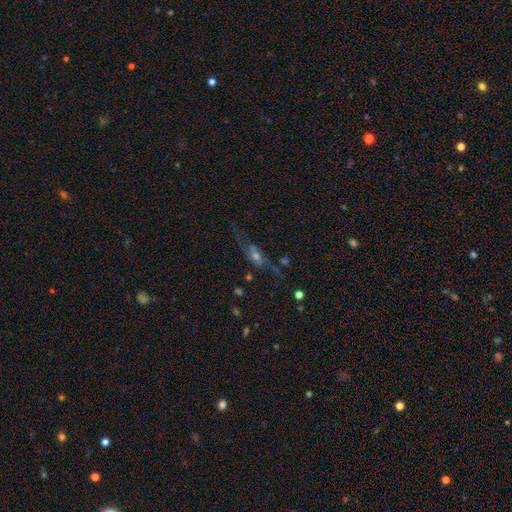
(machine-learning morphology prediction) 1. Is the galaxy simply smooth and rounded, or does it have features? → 63% featured or disk, 21% smooth, 16% star or artifact.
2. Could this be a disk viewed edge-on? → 74% no, 26% yes.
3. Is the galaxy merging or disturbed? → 53% none, 23% major disturbance, 18% minor disturbance, 5% merger.